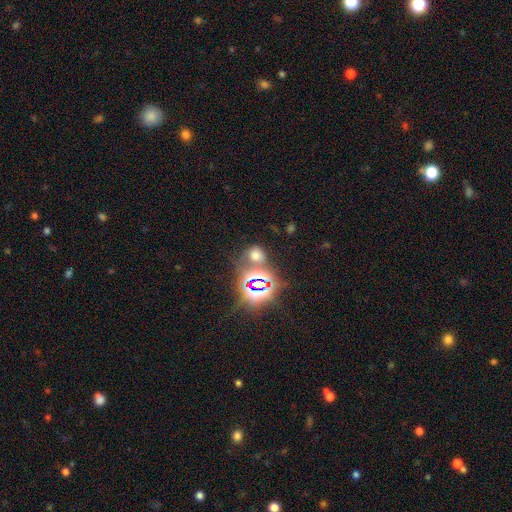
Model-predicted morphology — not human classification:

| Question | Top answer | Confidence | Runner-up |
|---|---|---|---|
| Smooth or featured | smooth | 48% | star or artifact (43%) |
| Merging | none | 64% | merger (16%) |